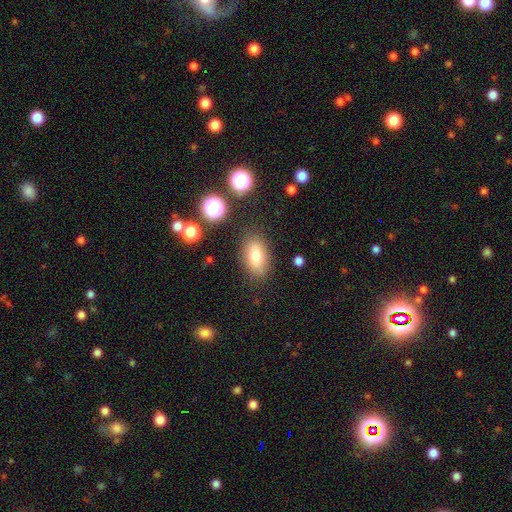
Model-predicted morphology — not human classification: Overall: smooth (76%). How rounded: in between (86%). Merging: none (82%).